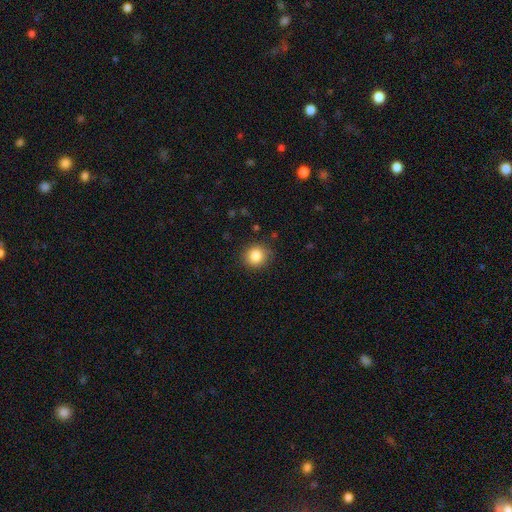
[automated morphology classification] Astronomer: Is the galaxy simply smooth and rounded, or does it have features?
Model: smooth — 85%.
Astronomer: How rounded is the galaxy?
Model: round — 89%.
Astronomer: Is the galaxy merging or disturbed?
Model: none — 87%.